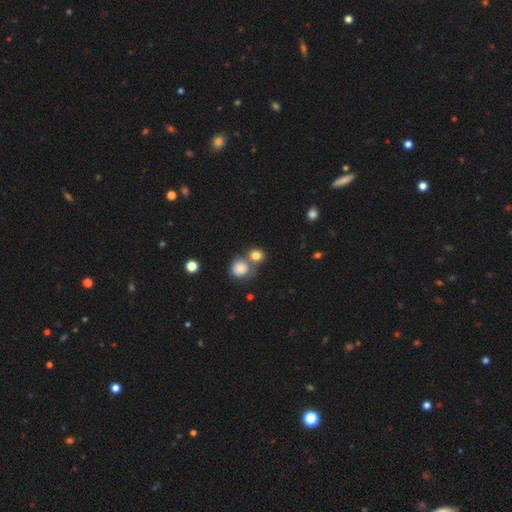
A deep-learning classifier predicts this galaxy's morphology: Smooth or featured? smooth (82%)
How rounded? round (79%)
Merging? none (50%)